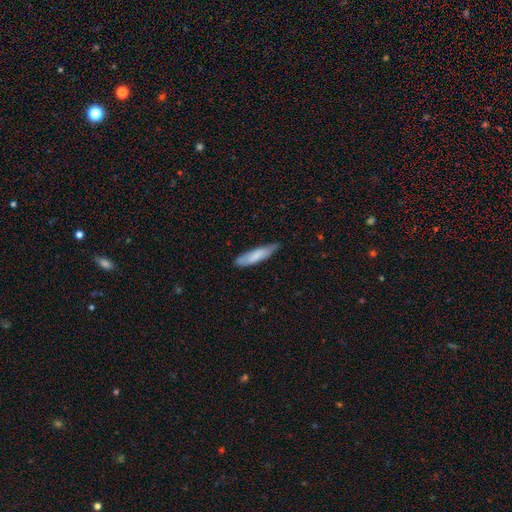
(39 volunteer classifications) Smooth or featured?
  - smooth: 72% *
  - featured or disk: 23%
  - star or artifact: 5%
How rounded?
  - cigar-shaped: 79% *
  - in between: 21%
  - round: 0%
Merging?
  - none: 54% *
  - minor disturbance: 43%
  - major disturbance: 3%
  - merger: 0%